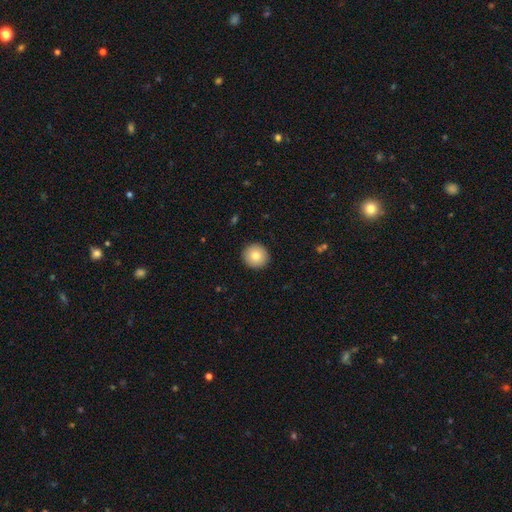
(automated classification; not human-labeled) Q: Smooth or featured?
A: smooth (82%); runner-up: featured or disk (10%)
Q: How rounded?
A: round (95%); runner-up: in between (4%)
Q: Merging?
A: none (93%); runner-up: minor disturbance (5%)